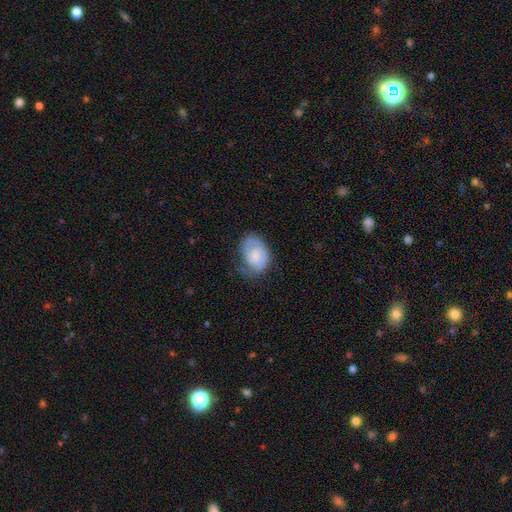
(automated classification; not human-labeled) Morphology: type=featured or disk (55%); edge-on=no (97%); bar=no (65%); spiral arms=yes (85%); bulge=small (35%); merging=none (56%).